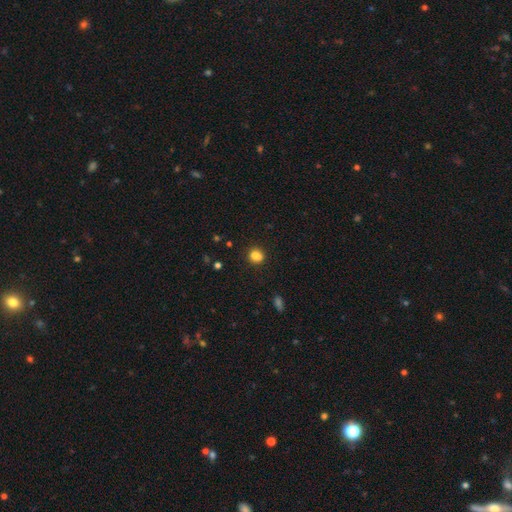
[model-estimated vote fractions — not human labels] This is likely a smooth galaxy (78%). How rounded: likely round (72%). Merging: possibly none (58%).